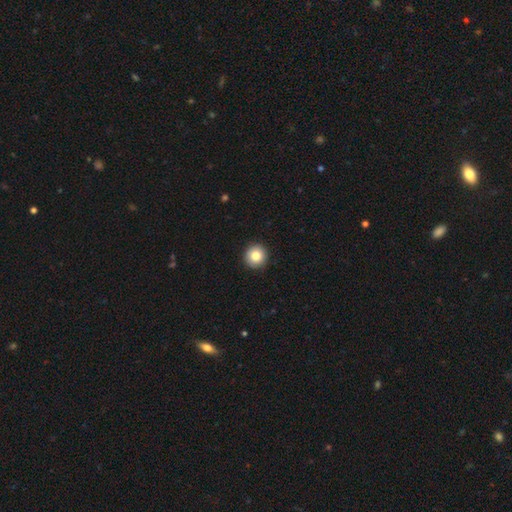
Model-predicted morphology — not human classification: type=smooth (85%); roundness=round (95%); merging=none (93%).